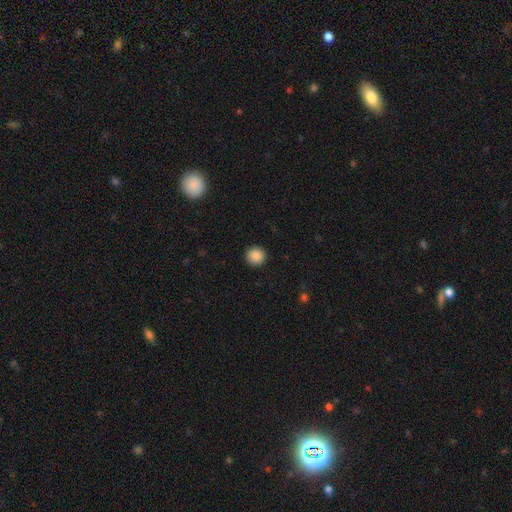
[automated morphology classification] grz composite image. It shows a smooth galaxy with no disk features (89%) that is round (95%). Merging: none (93%).